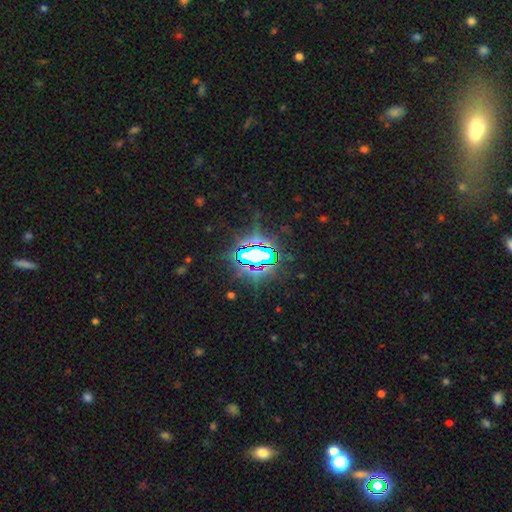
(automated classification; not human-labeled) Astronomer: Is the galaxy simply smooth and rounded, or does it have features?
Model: star or artifact — 79%.